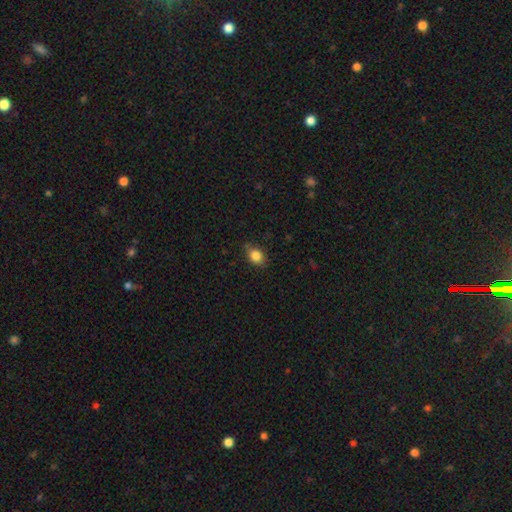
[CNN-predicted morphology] A smooth galaxy with no disk features (84%) that is in between round and cigar-shaped (62%).

Vote fractions:
- Smooth or featured? smooth: 84% / star or artifact: 9% / featured or disk: 6%
- How rounded? in between: 62% / round: 37% / cigar-shaped: 1%
- Merging? none: 80% / minor disturbance: 16% / major disturbance: 3% / merger: 1%